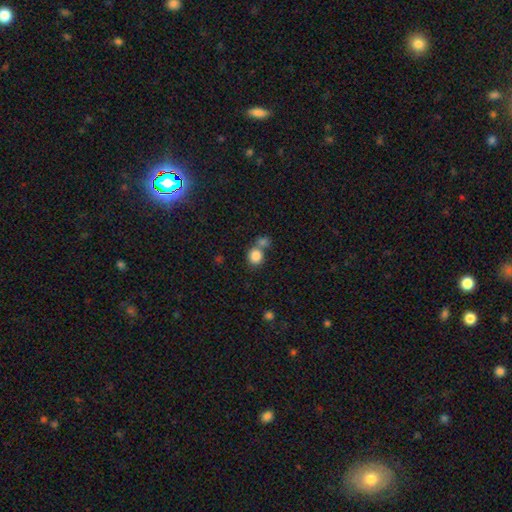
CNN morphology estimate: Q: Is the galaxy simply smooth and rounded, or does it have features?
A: smooth — 85%.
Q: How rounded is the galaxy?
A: round — 82%.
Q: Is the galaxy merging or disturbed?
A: none — 51%.